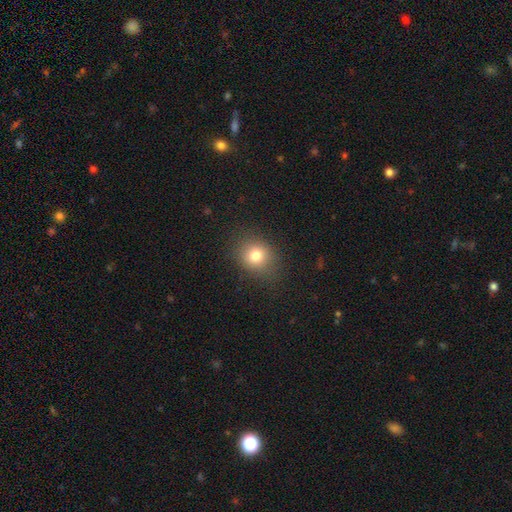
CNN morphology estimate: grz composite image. It shows a smooth galaxy with no disk features (77%) that is round (69%). Merging: none (84%).